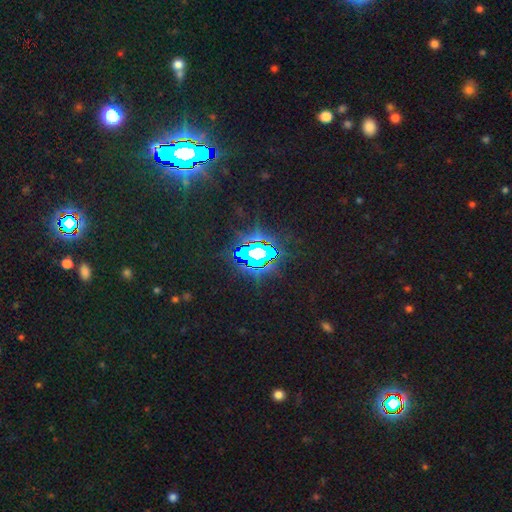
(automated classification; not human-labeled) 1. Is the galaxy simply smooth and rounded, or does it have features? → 85% star or artifact, 9% smooth, 7% featured or disk.